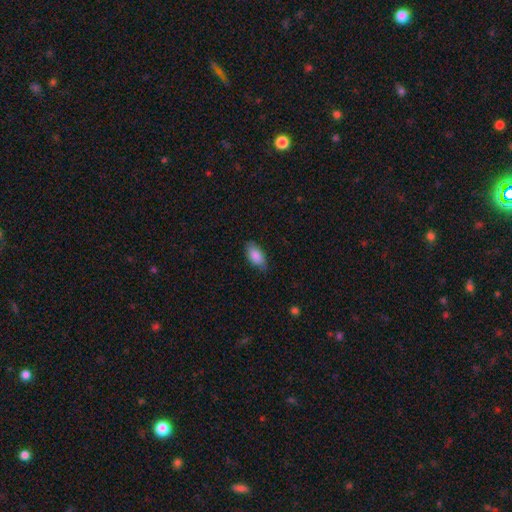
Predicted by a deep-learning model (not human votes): Smooth or featured? smooth (87%)
How rounded? in between (92%)
Merging? none (78%)